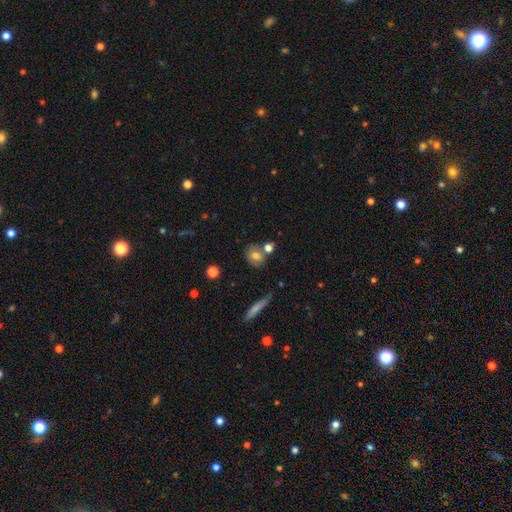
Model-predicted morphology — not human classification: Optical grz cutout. It shows a smooth galaxy with no disk features (71%) that is round (57%). Merging: none (61%).